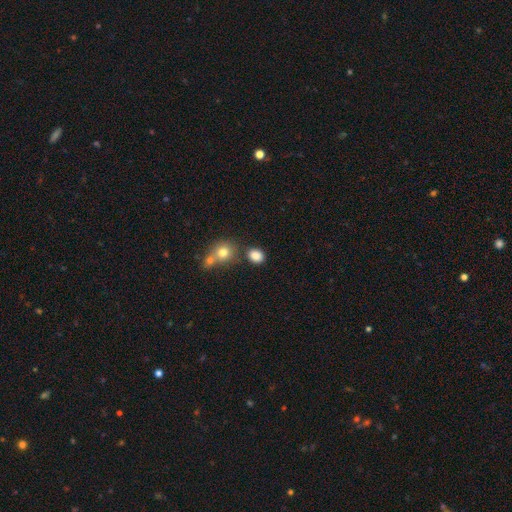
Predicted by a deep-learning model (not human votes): Smooth or featured: smooth — 84% (star or artifact — 11%)
How rounded: in between — 53% (round — 46%)
Merging: none — 71% (merger — 14%)